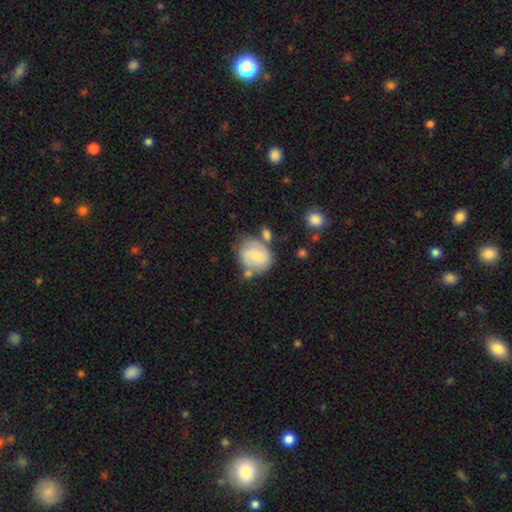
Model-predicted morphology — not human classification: Q: Smooth or featured?
A: smooth (49%); runner-up: featured or disk (44%)
Q: Merging?
A: none (50%); runner-up: minor disturbance (22%)